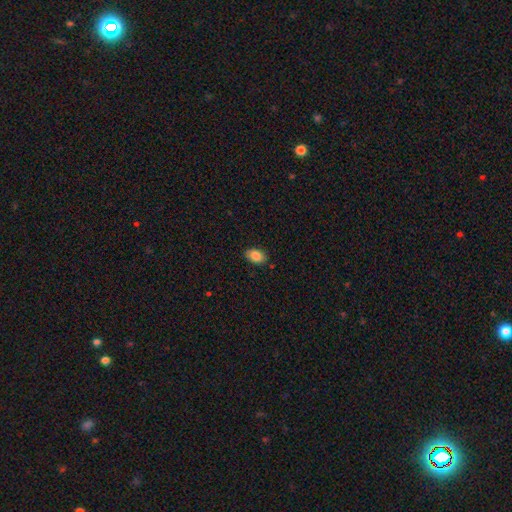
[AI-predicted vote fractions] Q: Smooth or featured?
A: smooth (86%); runner-up: star or artifact (8%)
Q: How rounded?
A: in between (87%); runner-up: round (11%)
Q: Merging?
A: none (87%); runner-up: minor disturbance (10%)